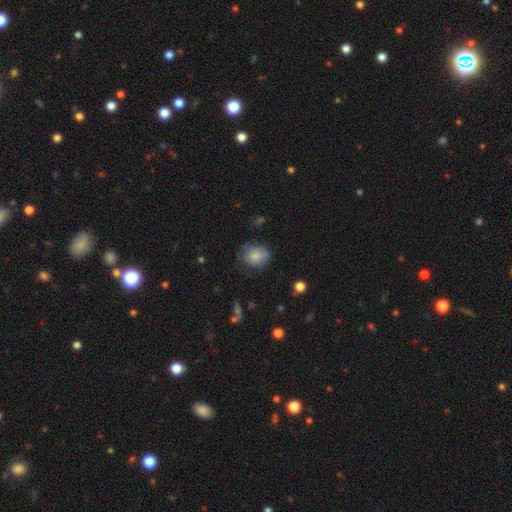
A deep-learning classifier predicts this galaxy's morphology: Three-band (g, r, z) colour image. It shows a smooth galaxy with no disk features (80%) that is round (64%). Merging: none (63%).